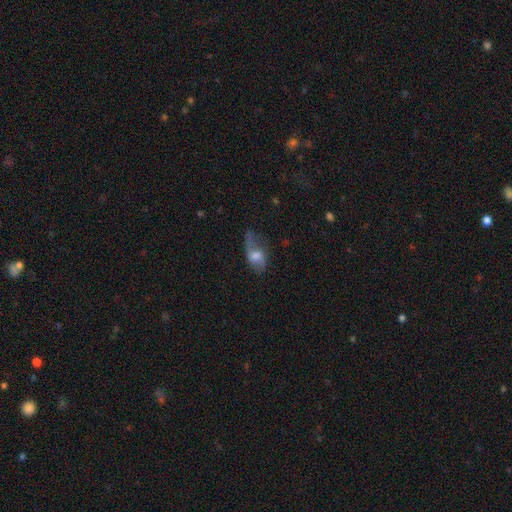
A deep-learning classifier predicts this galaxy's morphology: Smooth or featured? featured or disk (48%)
Merging? none (42%)